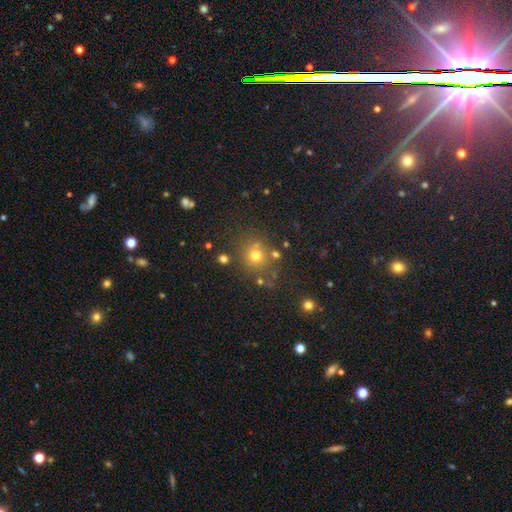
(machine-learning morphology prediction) smooth-or-featured: smooth: 68% | star or artifact: 20% | featured or disk: 12%
  how-rounded: round: 84% | in between: 15% | cigar-shaped: 1%
  merging: none: 72% | minor disturbance: 12% | merger: 10% | major disturbance: 6%